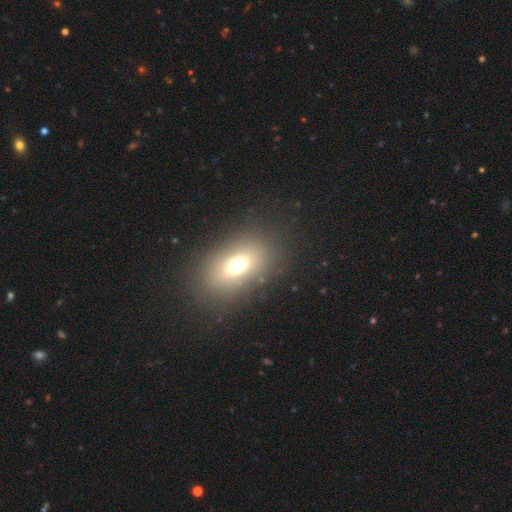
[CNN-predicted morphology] A smooth galaxy with no disk features (62%) that is in between round and cigar-shaped (80%).

Vote fractions:
- Smooth or featured? smooth: 62% / star or artifact: 21% / featured or disk: 17%
- How rounded? in between: 80% / round: 16% / cigar-shaped: 4%
- Merging? none: 87% / minor disturbance: 8% / major disturbance: 3% / merger: 1%